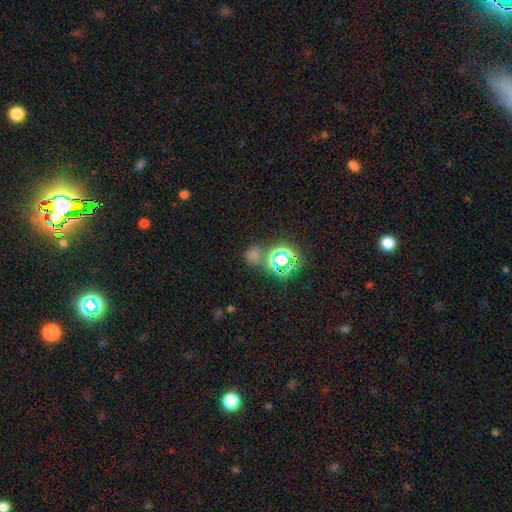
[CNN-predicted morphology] Overall: smooth (49%; star or artifact 44%). Merging: none (66%).